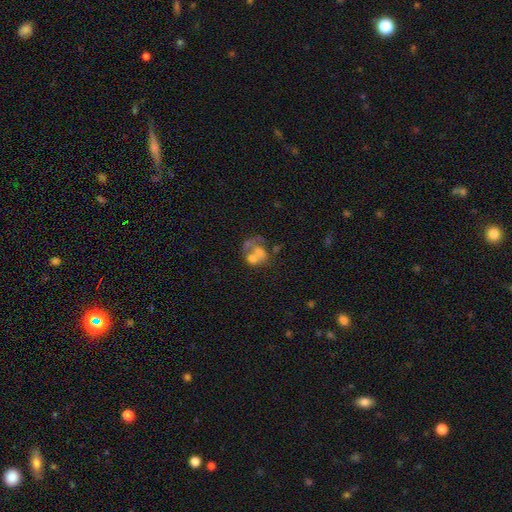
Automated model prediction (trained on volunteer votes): smooth-or-featured: featured or disk: 47% | smooth: 40% | star or artifact: 13%
  merging: merger: 43% | major disturbance: 24% | none: 22% | minor disturbance: 11%